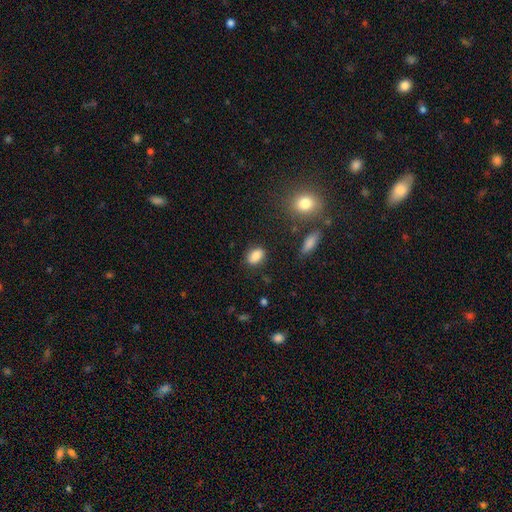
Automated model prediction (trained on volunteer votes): Smooth or featured?
  - smooth: 83% *
  - star or artifact: 9%
  - featured or disk: 8%
How rounded?
  - in between: 80% *
  - round: 18%
  - cigar-shaped: 3%
Merging?
  - none: 82% *
  - minor disturbance: 12%
  - major disturbance: 3%
  - merger: 3%